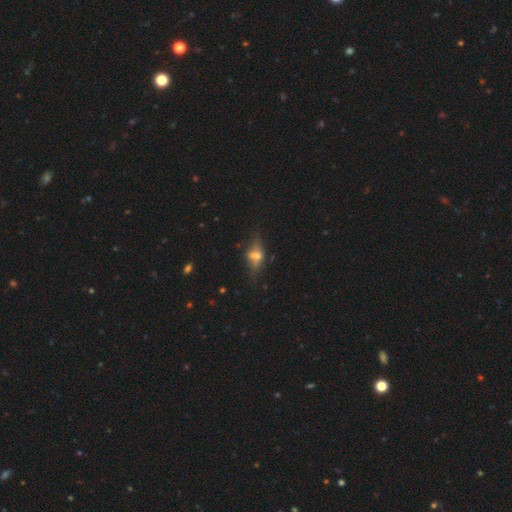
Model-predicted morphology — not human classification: featured or disk 55%, smooth 33%, star or artifact 12%. Down the decision tree: edge-on disk — yes (76%); merging — none (66%).